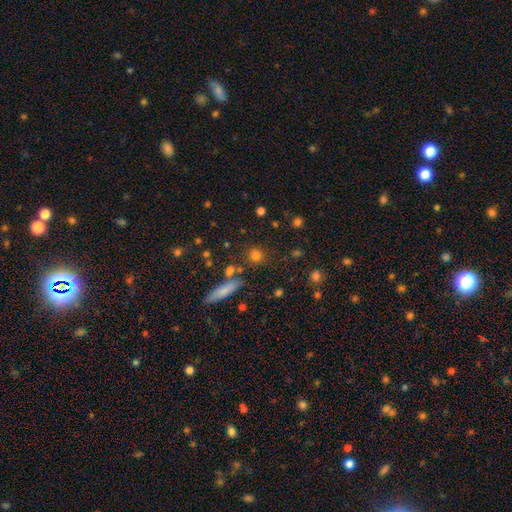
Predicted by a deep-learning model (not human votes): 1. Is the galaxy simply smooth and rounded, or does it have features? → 75% smooth, 16% star or artifact, 9% featured or disk.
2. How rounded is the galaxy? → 84% round, 11% in between, 5% cigar-shaped.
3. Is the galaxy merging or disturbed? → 81% none, 9% minor disturbance, 7% merger, 3% major disturbance.